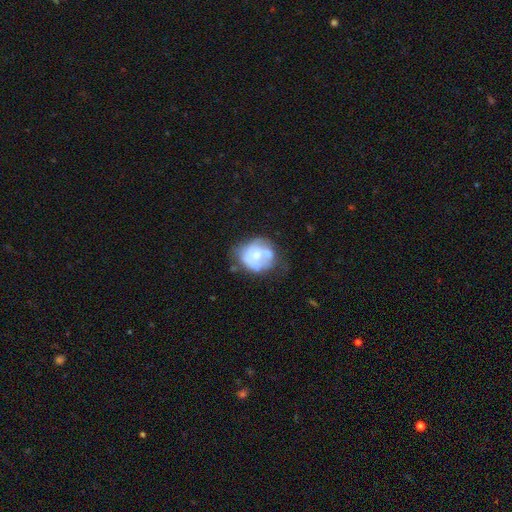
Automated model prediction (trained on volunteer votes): Smooth or featured? featured or disk (60%)
Edge-on disk? no (98%)
Bar? no (81%)
Spiral arms? no (52%)
Bulge size? small (47%)
Merging? none (42%)